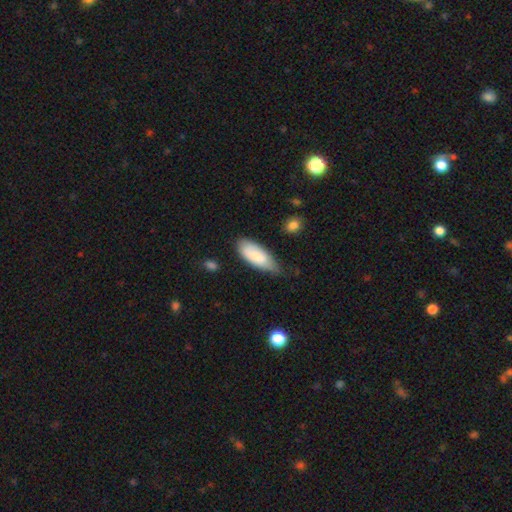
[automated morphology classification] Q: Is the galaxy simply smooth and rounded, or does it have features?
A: smooth — 82%.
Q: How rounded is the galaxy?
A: in between — 81%.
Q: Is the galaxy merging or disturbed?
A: none — 52%.